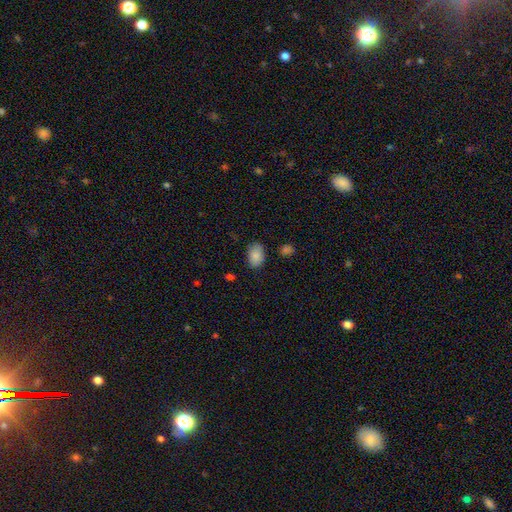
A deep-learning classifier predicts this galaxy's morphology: Smooth or featured: smooth — 87% (star or artifact — 8%)
How rounded: in between — 87% (round — 12%)
Merging: none — 79% (minor disturbance — 15%)